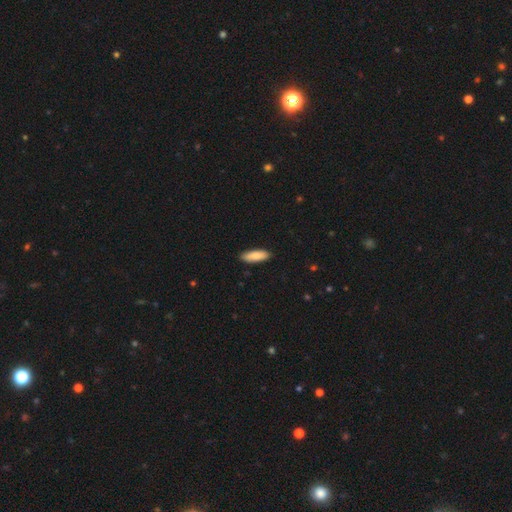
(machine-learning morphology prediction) smooth 87%, featured or disk 8%, star or artifact 5%. Down the decision tree: how rounded — in between (55%); merging — none (89%).